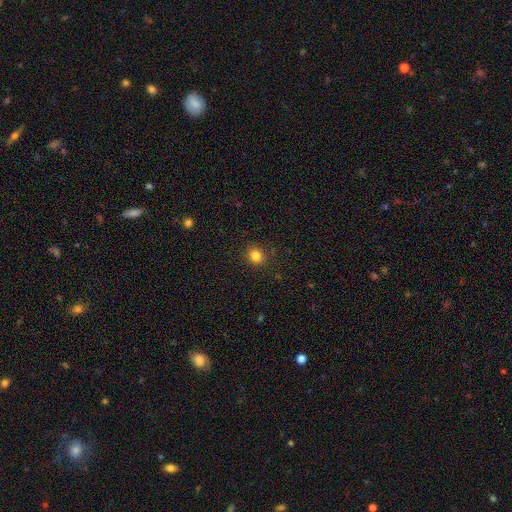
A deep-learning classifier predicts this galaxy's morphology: This appears to be a smooth galaxy with no disk features (83%) that is round (81%). Merging: none (89%).